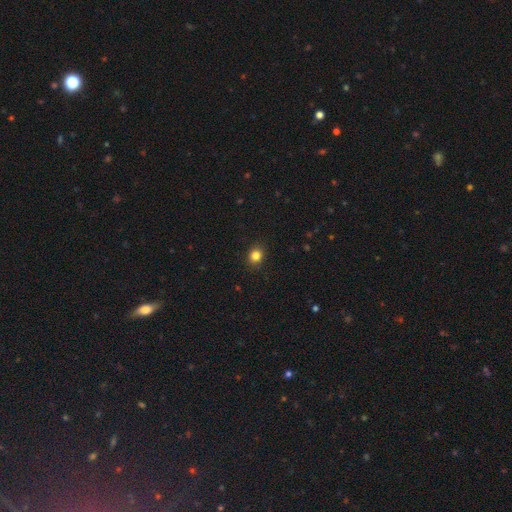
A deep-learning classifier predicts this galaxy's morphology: This appears to be a smooth galaxy with no disk features (84%) that is round (75%). Merging: none (90%).